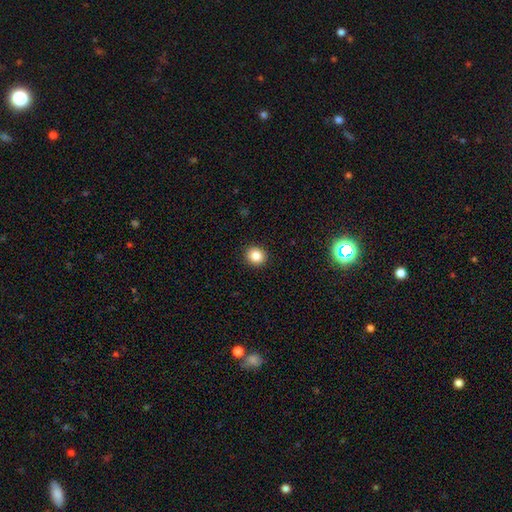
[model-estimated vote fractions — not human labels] smooth 85%, star or artifact 10%, featured or disk 5%. Down the decision tree: how rounded — round (84%); merging — none (92%).